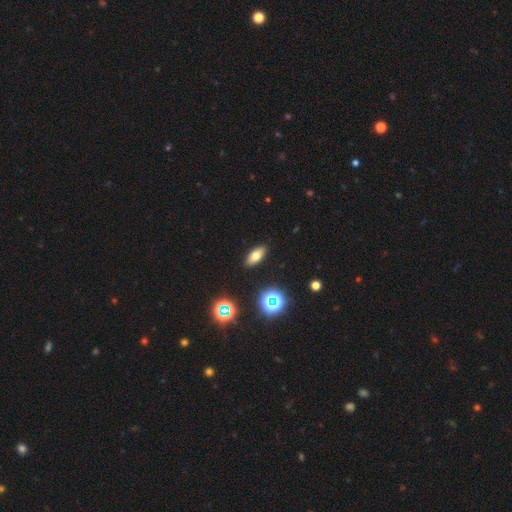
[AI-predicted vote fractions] Smooth or featured? Predicted: smooth (p=0.67). How rounded? Predicted: in between (p=0.79). Merging? Predicted: none (p=0.89).